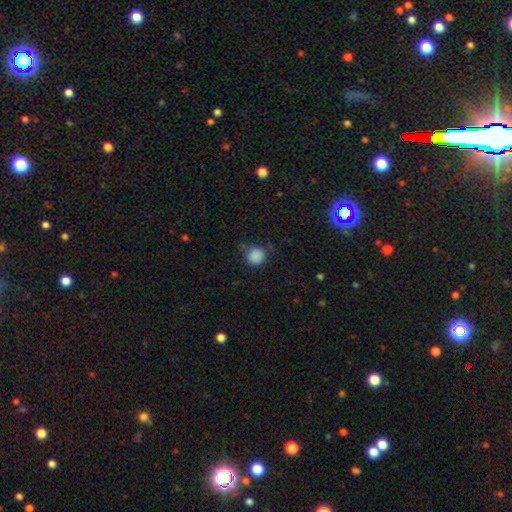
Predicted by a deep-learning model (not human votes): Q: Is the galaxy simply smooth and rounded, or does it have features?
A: smooth — 86%.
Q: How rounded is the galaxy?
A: round — 90%.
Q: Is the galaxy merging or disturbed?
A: none — 76%.